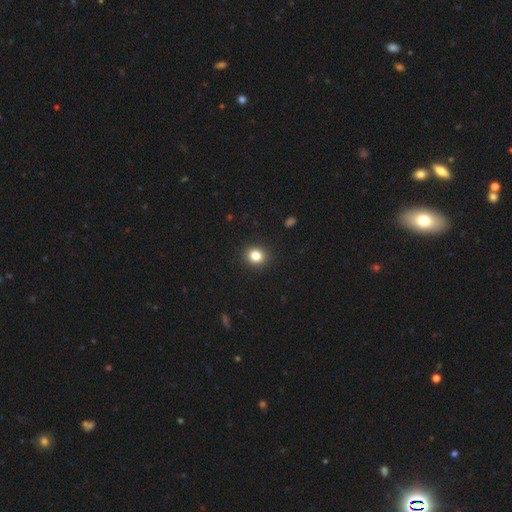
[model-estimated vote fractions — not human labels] Morphology: type=smooth (82%); roundness=round (84%); merging=none (92%).